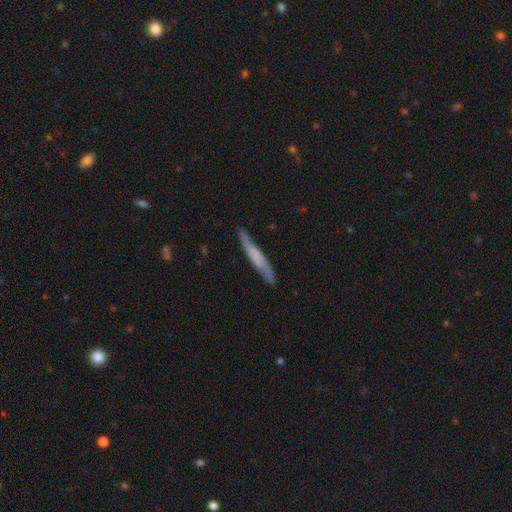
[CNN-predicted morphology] featured or disk 51%, smooth 43%, star or artifact 6%. Down the decision tree: edge-on disk — yes (78%); merging — none (83%).